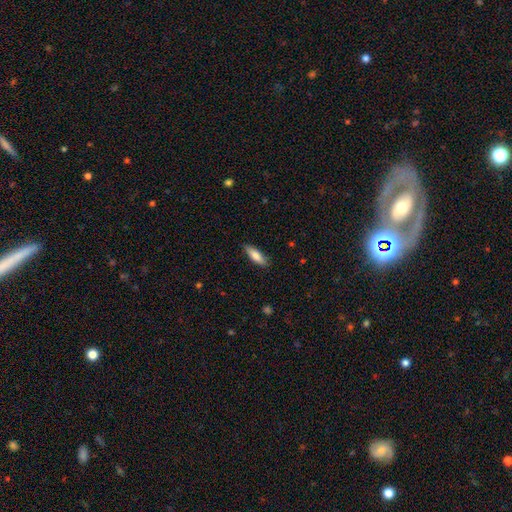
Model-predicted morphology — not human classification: Q: Smooth or featured?
A: smooth (83%); runner-up: featured or disk (11%)
Q: How rounded?
A: in between (52%); runner-up: cigar-shaped (46%)
Q: Merging?
A: none (86%); runner-up: minor disturbance (11%)